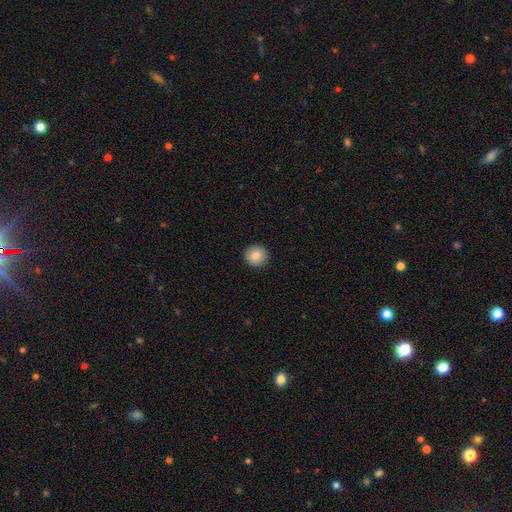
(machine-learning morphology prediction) type=smooth (84%); roundness=round (94%); merging=none (92%).